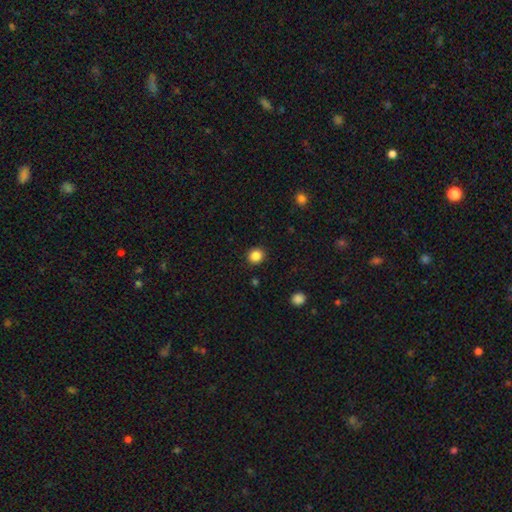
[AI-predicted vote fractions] Morphology: type=smooth (85%); roundness=round (89%); merging=none (91%).